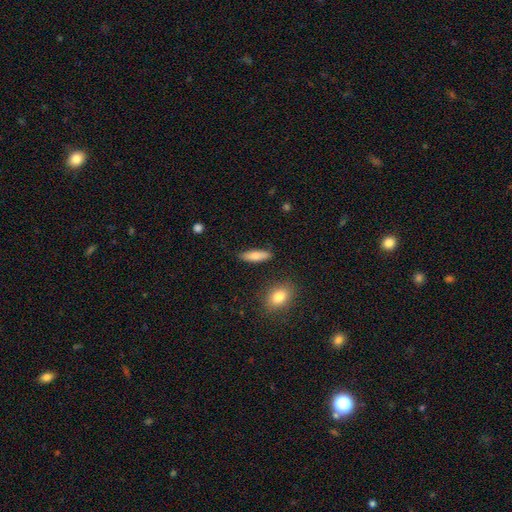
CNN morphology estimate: Overall: smooth (78%). How rounded: cigar-shaped (53%; in between 44%). Merging: none (86%).